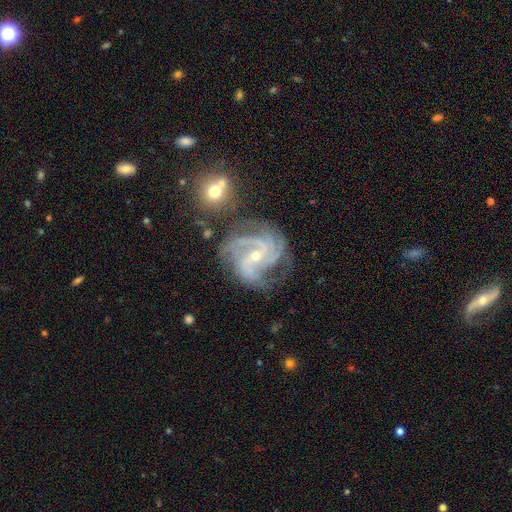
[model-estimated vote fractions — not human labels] The model was most divided on "bar" (2-way tie): no: 38%, weak: 38%, strong: 23%. Remaining: spiral arms — yes (98%); edge-on disk — no (98%); smooth or featured — featured or disk (91%); bulge size — small (68%); merging — none (63%); spiral winding — medium (48%); spiral arm count — 3 (44%).